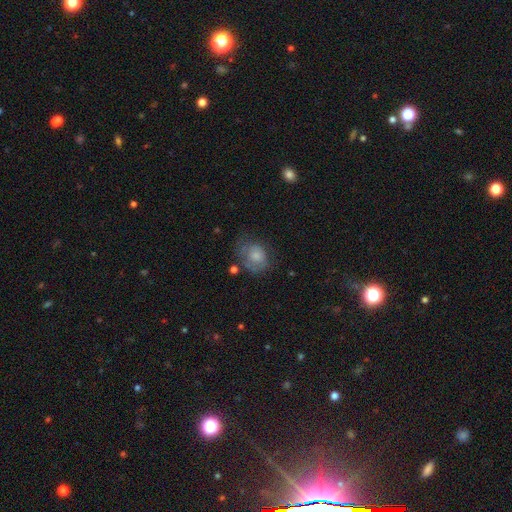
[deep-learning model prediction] smooth-or-featured: smooth: 68% | featured or disk: 23% | star or artifact: 9%
  how-rounded: round: 51% | in between: 48% | cigar-shaped: 1%
  merging: none: 44% | minor disturbance: 29% | major disturbance: 24% | merger: 4%